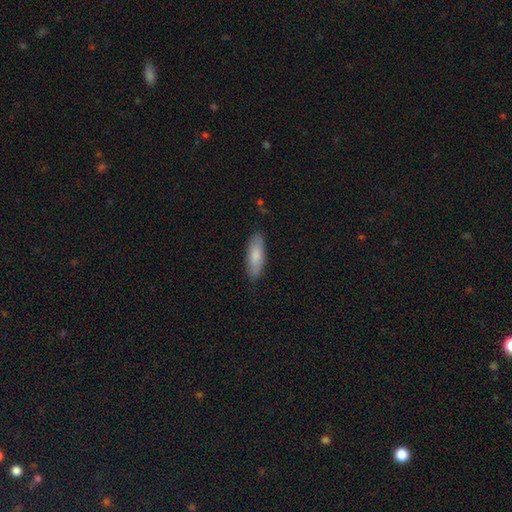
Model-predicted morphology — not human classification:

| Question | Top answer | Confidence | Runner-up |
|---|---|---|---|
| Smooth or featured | smooth | 81% | featured or disk (14%) |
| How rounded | in between | 55% | cigar-shaped (43%) |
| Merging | none | 84% | minor disturbance (13%) |